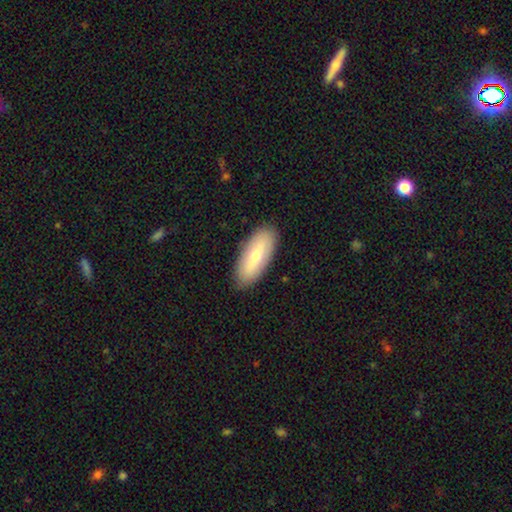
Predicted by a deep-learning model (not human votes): Morphology: type=smooth (63%); roundness=in between (77%); merging=none (87%).